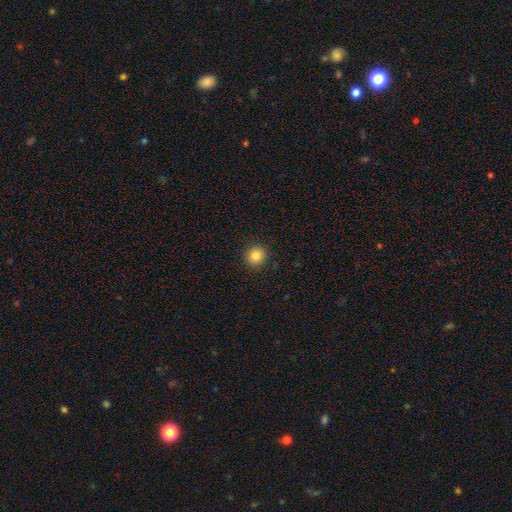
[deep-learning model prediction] smooth-or-featured: smooth: 83% | star or artifact: 11% | featured or disk: 6%
  how-rounded: round: 91% | in between: 8% | cigar-shaped: 1%
  merging: none: 92% | minor disturbance: 5% | major disturbance: 2% | merger: 1%